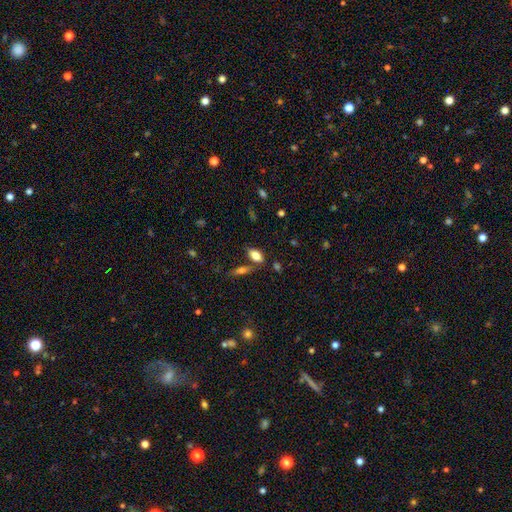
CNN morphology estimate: Q: Smooth or featured?
A: smooth (76%); runner-up: featured or disk (16%)
Q: How rounded?
A: in between (85%); runner-up: cigar-shaped (10%)
Q: Merging?
A: none (70%); runner-up: merger (14%)